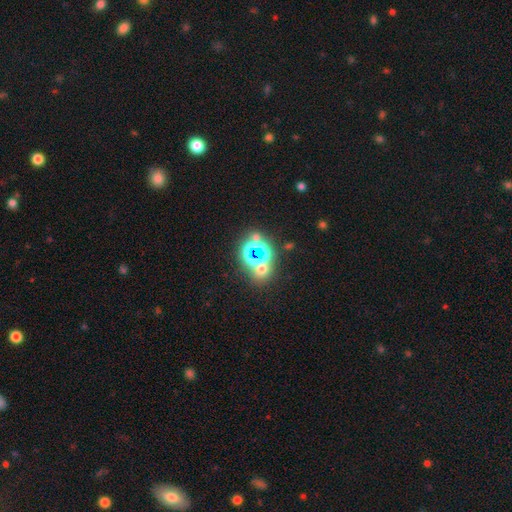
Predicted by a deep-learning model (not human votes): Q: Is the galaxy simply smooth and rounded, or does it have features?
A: star or artifact — 59%.